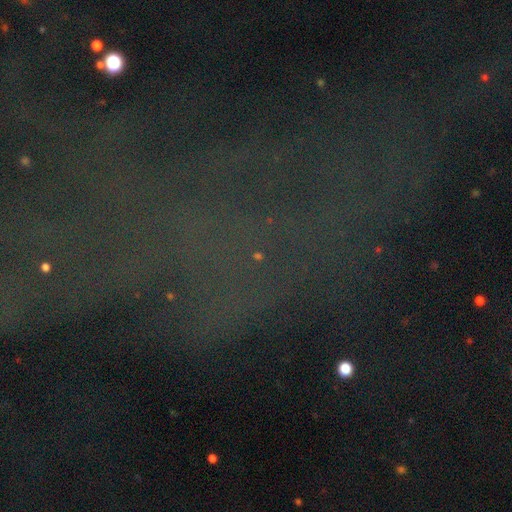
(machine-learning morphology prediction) Smooth or featured?
  - star or artifact: 74% *
  - featured or disk: 13%
  - smooth: 12%